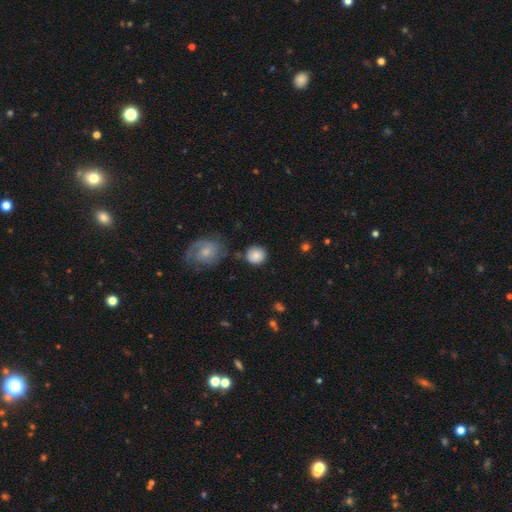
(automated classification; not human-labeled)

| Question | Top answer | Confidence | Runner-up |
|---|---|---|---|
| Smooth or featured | smooth | 85% | featured or disk (8%) |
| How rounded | round | 90% | in between (10%) |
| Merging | none | 81% | minor disturbance (11%) |